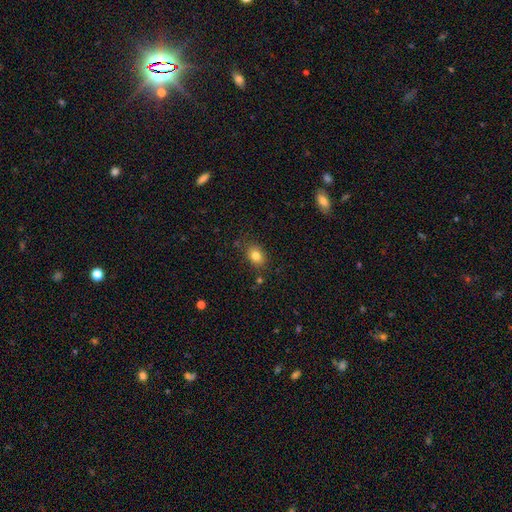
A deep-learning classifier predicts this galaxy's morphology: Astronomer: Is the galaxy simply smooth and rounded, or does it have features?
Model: smooth — 82%.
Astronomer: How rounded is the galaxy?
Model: in between — 65%.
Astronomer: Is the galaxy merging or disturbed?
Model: none — 79%.